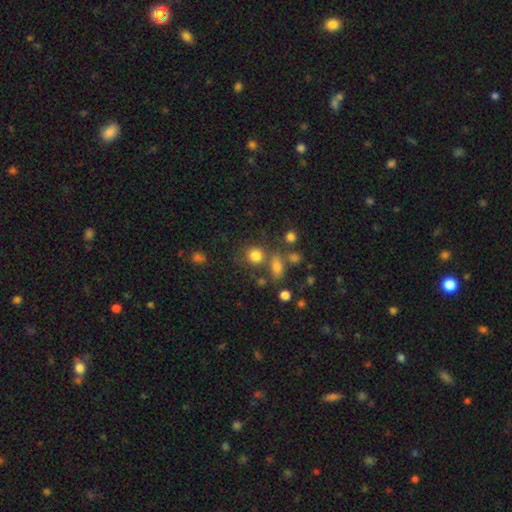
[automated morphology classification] Smooth or featured? Predicted: smooth (p=0.79). How rounded? Predicted: round (p=0.83). Merging? Predicted: none (p=0.64).